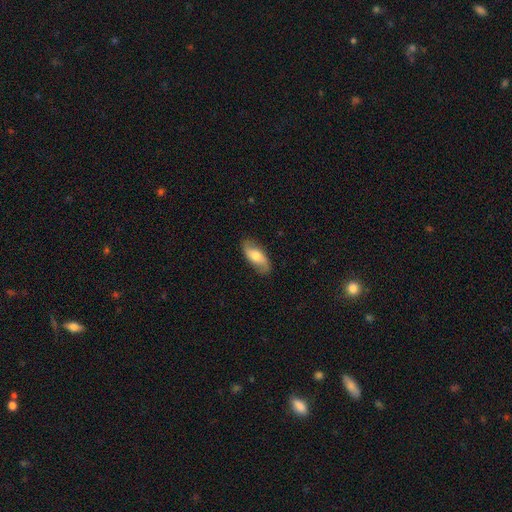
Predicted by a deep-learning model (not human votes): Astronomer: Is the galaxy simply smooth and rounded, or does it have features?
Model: smooth — 52% (runner-up: featured or disk, 42%).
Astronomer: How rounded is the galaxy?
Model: in between — 84%.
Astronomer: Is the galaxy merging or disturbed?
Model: none — 82%.